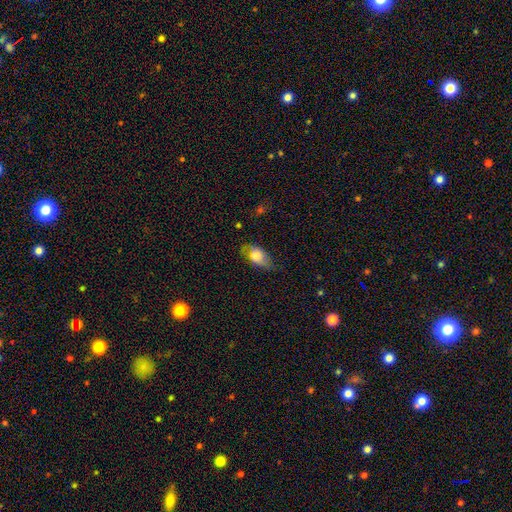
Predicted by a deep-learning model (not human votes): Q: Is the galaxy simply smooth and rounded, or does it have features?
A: smooth — 65%.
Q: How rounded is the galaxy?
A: in between — 87%.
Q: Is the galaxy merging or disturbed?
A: none — 55%.